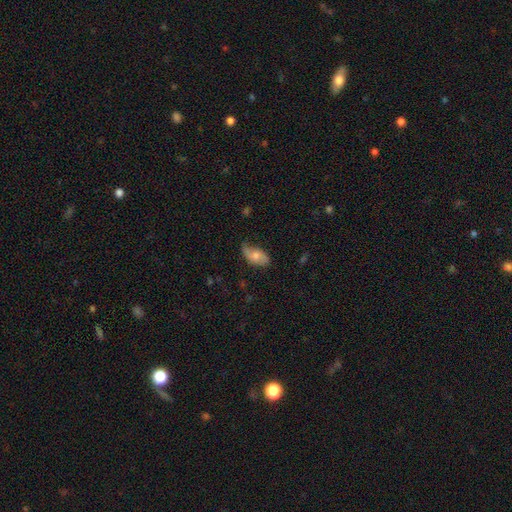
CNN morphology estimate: Q: Smooth or featured?
A: smooth (53%); runner-up: featured or disk (40%)
Q: How rounded?
A: in between (92%); runner-up: round (4%)
Q: Merging?
A: none (58%); runner-up: minor disturbance (32%)